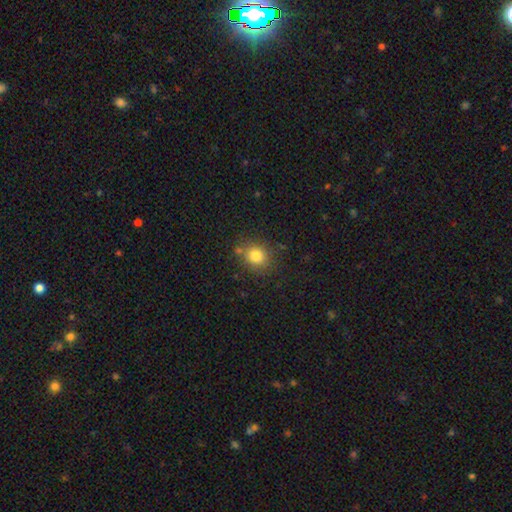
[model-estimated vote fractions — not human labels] Morphology: type=smooth (81%); roundness=round (75%); merging=none (76%).